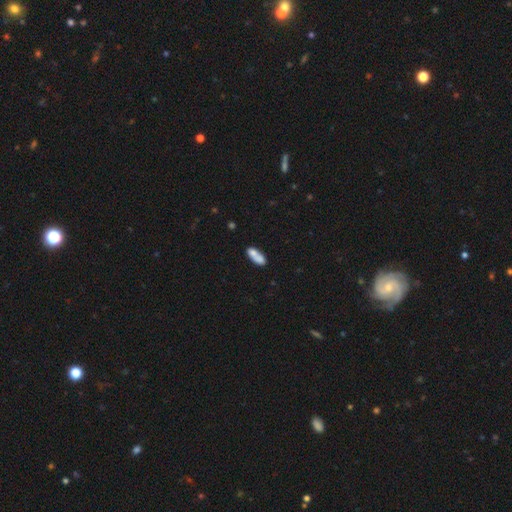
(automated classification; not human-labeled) This appears to be a smooth galaxy with no disk features (74%) that is in between round and cigar-shaped (74%). Merging: none (41%).